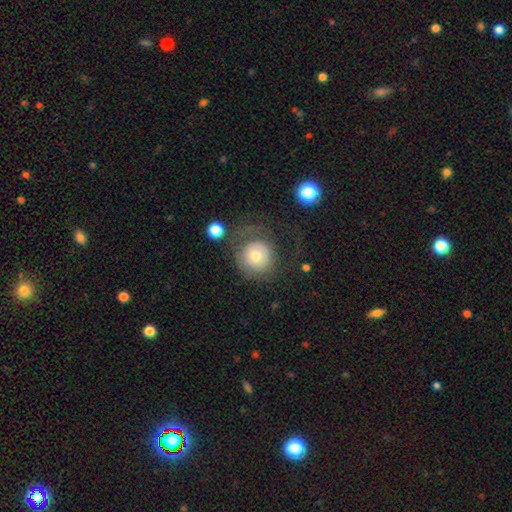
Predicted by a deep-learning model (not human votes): smooth 67%, featured or disk 23%, star or artifact 10%. Down the decision tree: how rounded — round (92%); merging — none (54%).